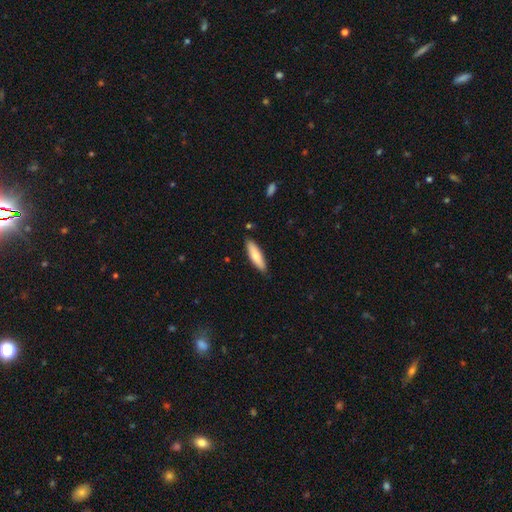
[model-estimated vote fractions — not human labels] A smooth galaxy with no disk features (74%) that is cigar-shaped (64%). Merging: none (86%).